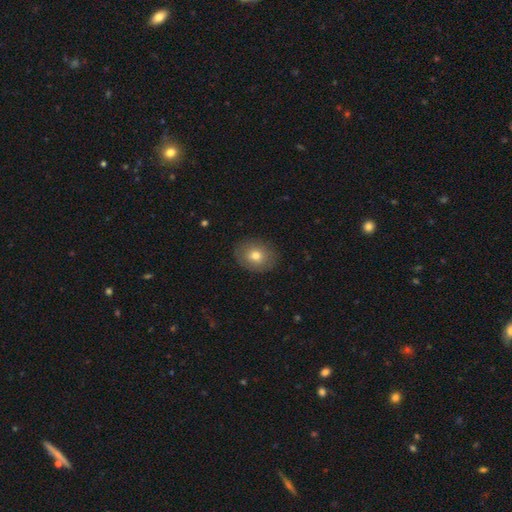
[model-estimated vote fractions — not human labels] Smooth or featured: smooth — 74% (featured or disk — 17%)
How rounded: in between — 52% (round — 47%)
Merging: none — 86% (minor disturbance — 11%)